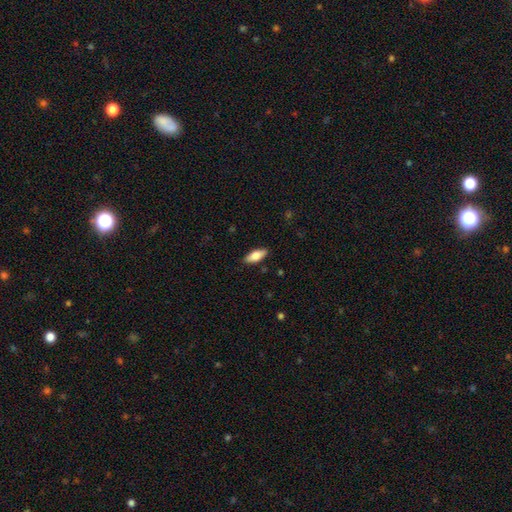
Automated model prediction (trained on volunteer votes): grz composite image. It shows a smooth galaxy with no disk features (75%) that is in between round and cigar-shaped (78%). Merging: none (88%).